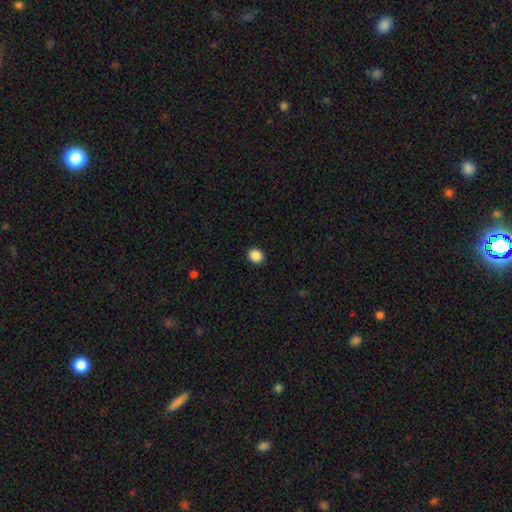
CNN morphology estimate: smooth-or-featured: smooth: 88% | star or artifact: 9% | featured or disk: 3%
  how-rounded: round: 69% | in between: 30% | cigar-shaped: 1%
  merging: none: 92% | minor disturbance: 5% | major disturbance: 2% | merger: 1%